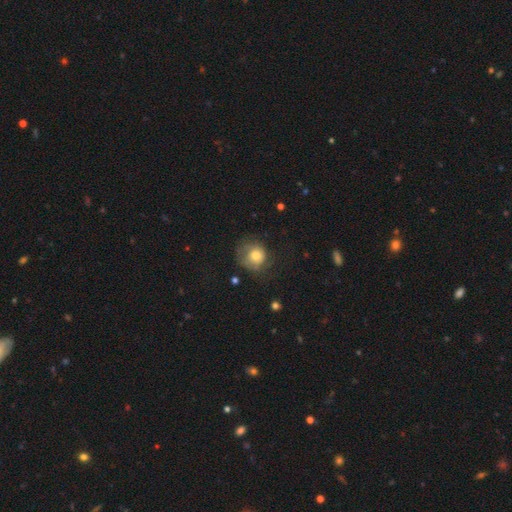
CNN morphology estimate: This is likely a smooth galaxy (69%). How rounded: clearly round (82%). Merging: possibly none (51%).